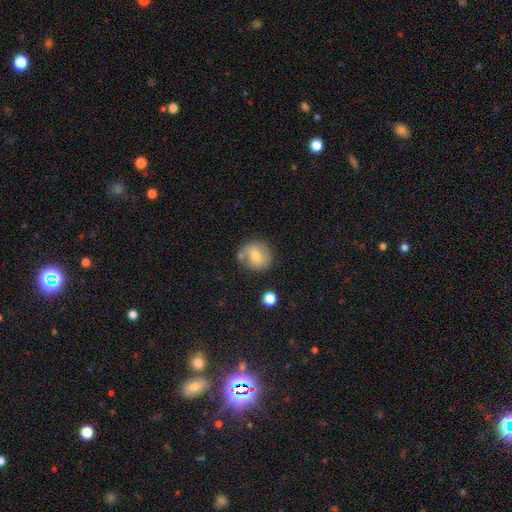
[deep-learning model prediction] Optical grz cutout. It shows a smooth galaxy with no disk features (65%) that is round (80%). Merging: none (62%).